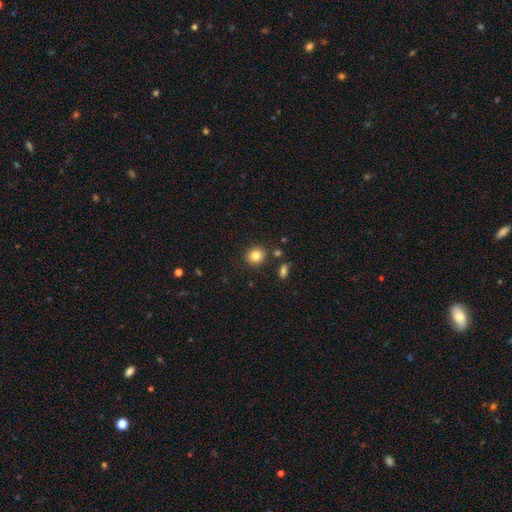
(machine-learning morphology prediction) Smooth or featured: smooth — 84% (star or artifact — 10%)
How rounded: round — 82% (in between — 17%)
Merging: none — 86% (minor disturbance — 8%)